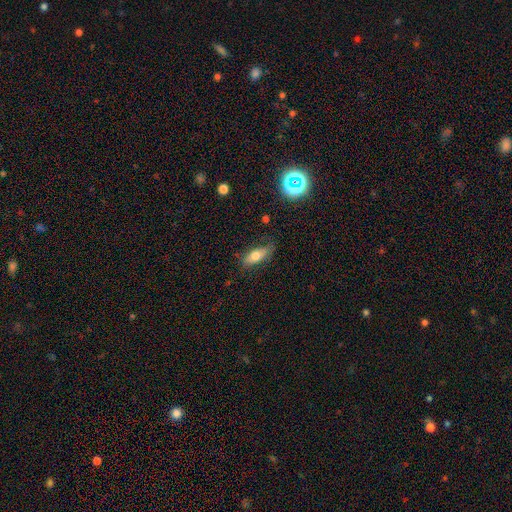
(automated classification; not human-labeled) Smooth or featured?
  - smooth: 69% *
  - featured or disk: 23%
  - star or artifact: 8%
How rounded?
  - in between: 70% *
  - cigar-shaped: 26%
  - round: 3%
Merging?
  - none: 74% *
  - minor disturbance: 20%
  - major disturbance: 5%
  - merger: 2%